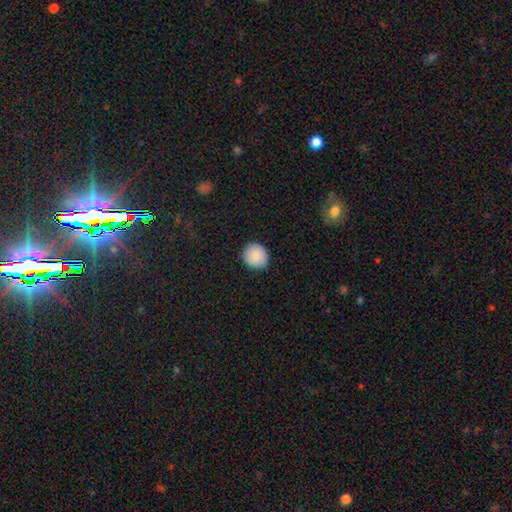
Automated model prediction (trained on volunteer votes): smooth_or_featured: smooth (p=0.85) [alt: star or artifact p=0.08]
how_rounded: round (p=0.89) [alt: in between p=0.10]
merging: none (p=0.87) [alt: minor disturbance p=0.10]